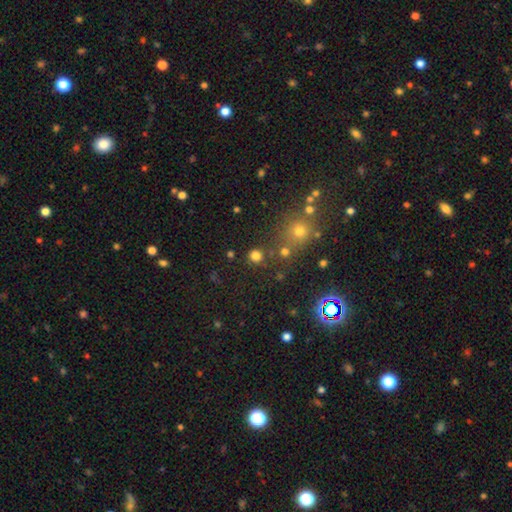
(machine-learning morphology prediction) This appears to be a smooth galaxy with no disk features (76%) that is round (89%). Merging: none (79%).